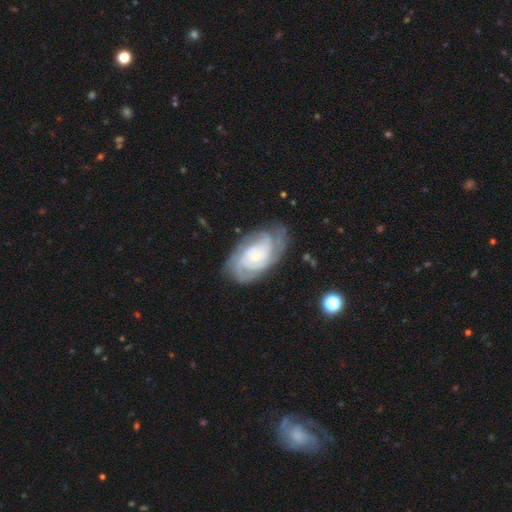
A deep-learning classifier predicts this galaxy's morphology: type=featured or disk (85%); edge-on=no (96%); bar=no (74%); spiral arms=yes (96%); winding=tight (68%); arm count=can't tell (29%); bulge=small (73%); merging=none (72%).